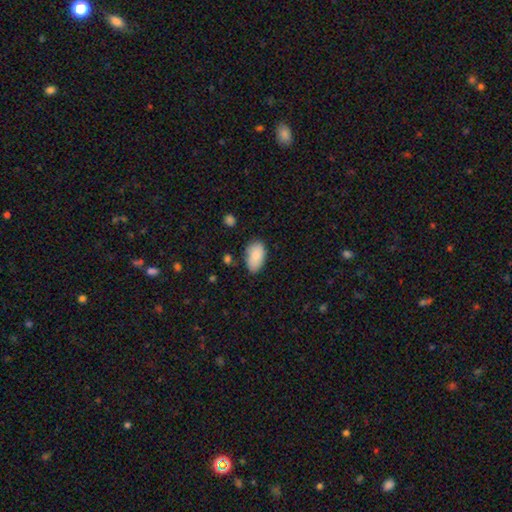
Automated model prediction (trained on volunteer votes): A smooth galaxy with no disk features (85%) that is in between round and cigar-shaped (94%). Merging: none (73%).